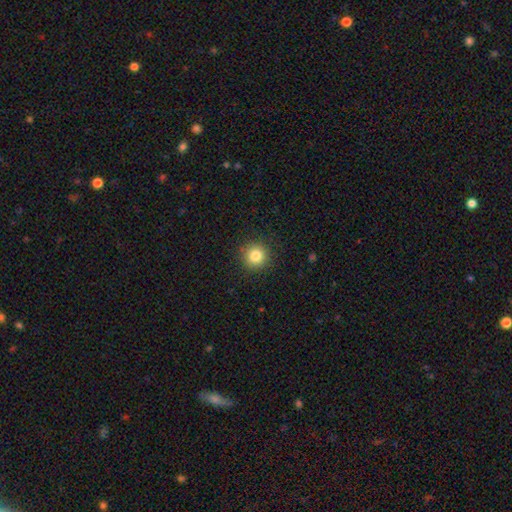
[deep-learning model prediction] Smooth or featured? smooth (83%)
How rounded? round (95%)
Merging? none (91%)